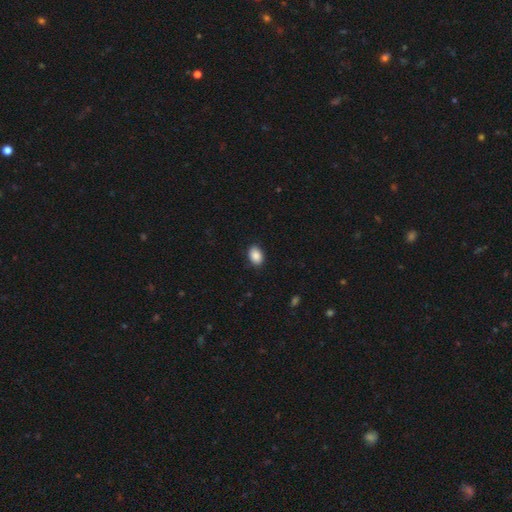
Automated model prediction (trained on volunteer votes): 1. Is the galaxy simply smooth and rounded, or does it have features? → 89% smooth, 7% star or artifact, 3% featured or disk.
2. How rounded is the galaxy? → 81% in between, 18% round, 1% cigar-shaped.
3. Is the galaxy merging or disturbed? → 88% none, 9% minor disturbance, 2% major disturbance, 1% merger.